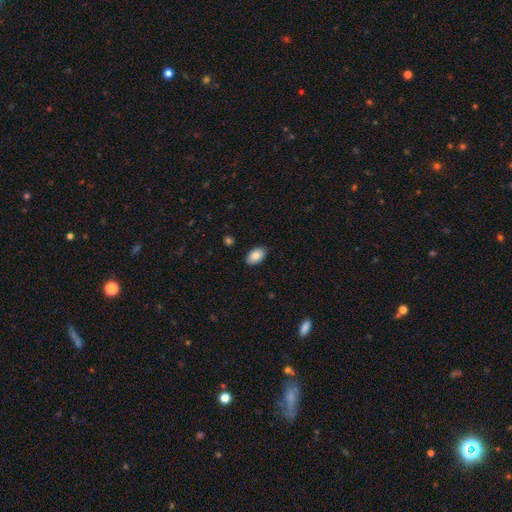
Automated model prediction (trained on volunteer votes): smooth 85%, featured or disk 9%, star or artifact 7%. Down the decision tree: how rounded — in between (93%); merging — none (88%).